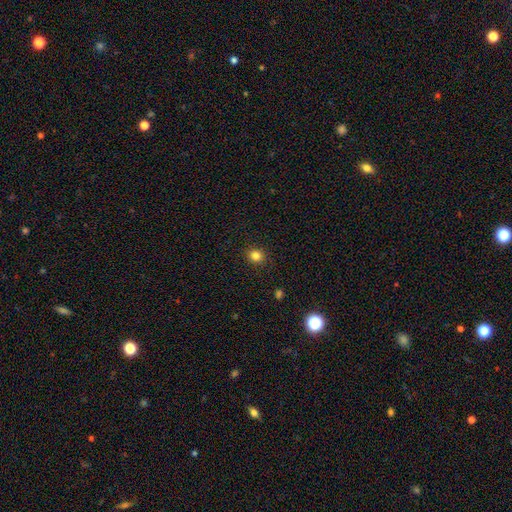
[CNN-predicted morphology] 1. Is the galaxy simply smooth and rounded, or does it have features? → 82% smooth, 13% star or artifact, 5% featured or disk.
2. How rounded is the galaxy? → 86% round, 14% in between, 1% cigar-shaped.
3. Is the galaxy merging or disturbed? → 91% none, 6% minor disturbance, 2% major disturbance, 1% merger.